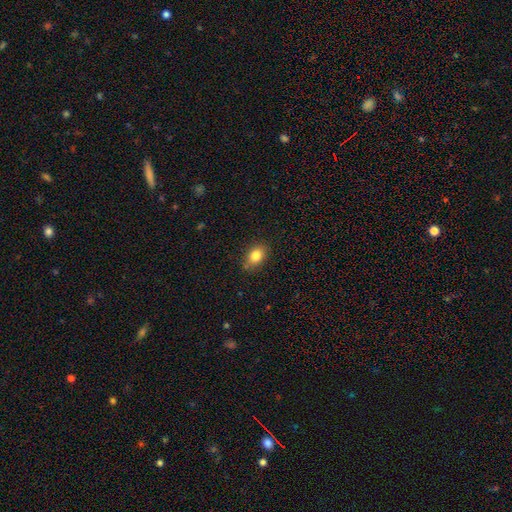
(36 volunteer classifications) Smooth or featured?
  - smooth: 92% *
  - featured or disk: 6%
  - star or artifact: 3%
How rounded?
  - in between: 73% *
  - round: 27%
  - cigar-shaped: 0%
Merging?
  - none: 83% *
  - minor disturbance: 11%
  - major disturbance: 6%
  - merger: 0%